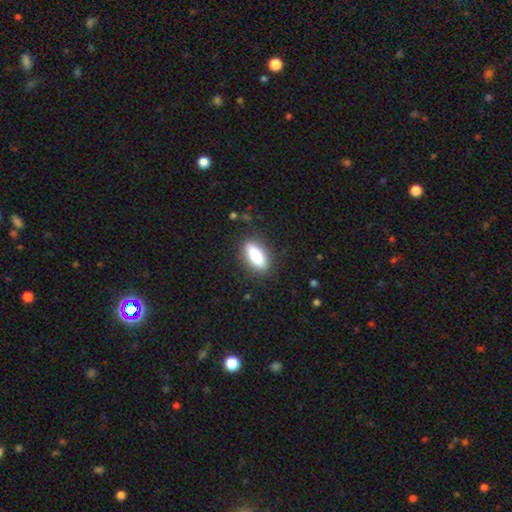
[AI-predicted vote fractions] Q: Smooth or featured?
A: smooth (80%); runner-up: featured or disk (13%)
Q: How rounded?
A: in between (70%); runner-up: cigar-shaped (27%)
Q: Merging?
A: none (86%); runner-up: minor disturbance (10%)